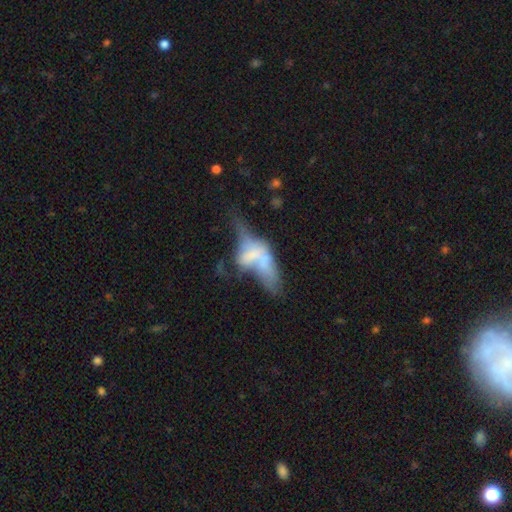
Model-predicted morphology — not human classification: Smooth or featured? Predicted: featured or disk (p=0.51). Edge-on disk? Predicted: no (p=0.62). Merging? Predicted: merger (p=0.40).